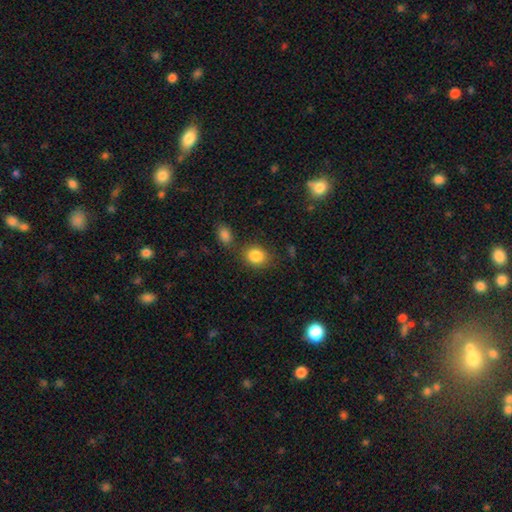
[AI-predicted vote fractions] smooth 86%, star or artifact 9%, featured or disk 5%. Down the decision tree: how rounded — round (60%); merging — none (73%).